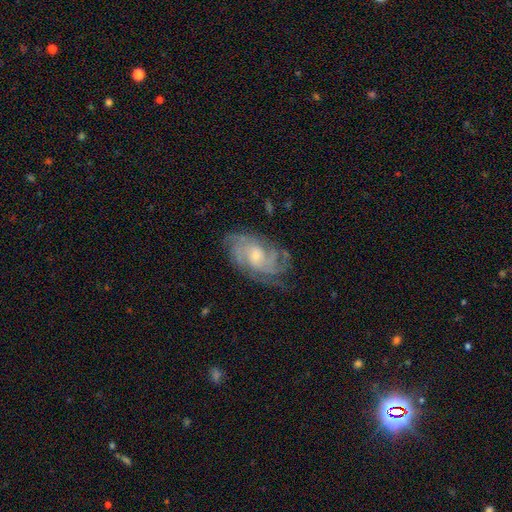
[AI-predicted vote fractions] A featured or disk galaxy (84%) with no bar (68%), tight (59%) spiral arms (96%) and a small central bulge (58%).

Vote fractions:
- Smooth or featured? featured or disk: 84% / smooth: 9% / star or artifact: 6%
- Edge-on disk? no: 96% / yes: 4%
- Bar? no: 68% / weak: 28% / strong: 4%
- Spiral arms? yes: 96% / no: 4%
- Spiral winding? tight: 59% / medium: 33% / loose: 8%
- Spiral arm count? can't tell: 31% / 4: 24% / 3: 18% / 2: 13% / more than 4: 9% / 1: 6%
- Bulge size? small: 58% / moderate: 36% / large: 2% / none: 2% / dominant: 1%
- Merging? none: 72% / minor disturbance: 19% / major disturbance: 8% / merger: 1%